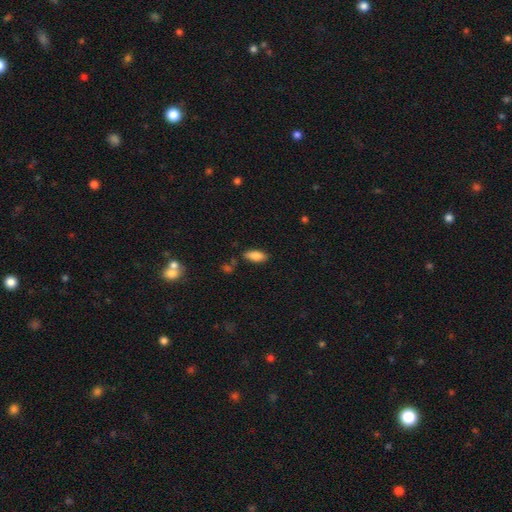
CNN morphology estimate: Smooth or featured?
  - smooth: 83% *
  - featured or disk: 9%
  - star or artifact: 8%
How rounded?
  - in between: 85% *
  - cigar-shaped: 13%
  - round: 2%
Merging?
  - none: 77% *
  - minor disturbance: 16%
  - merger: 3%
  - major disturbance: 3%